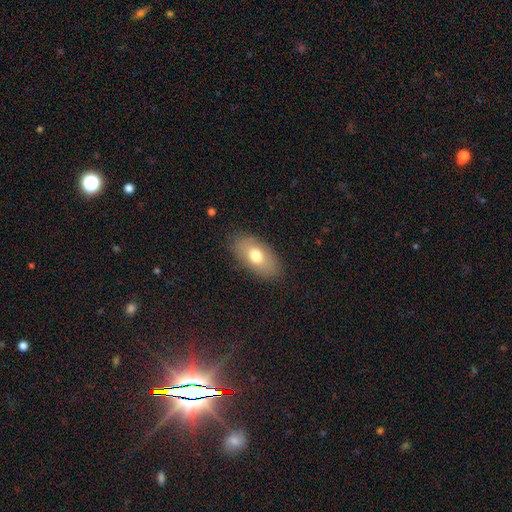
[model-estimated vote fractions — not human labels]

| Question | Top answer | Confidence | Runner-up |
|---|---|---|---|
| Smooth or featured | smooth | 71% | featured or disk (22%) |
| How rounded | in between | 91% | round (5%) |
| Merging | none | 84% | minor disturbance (11%) |